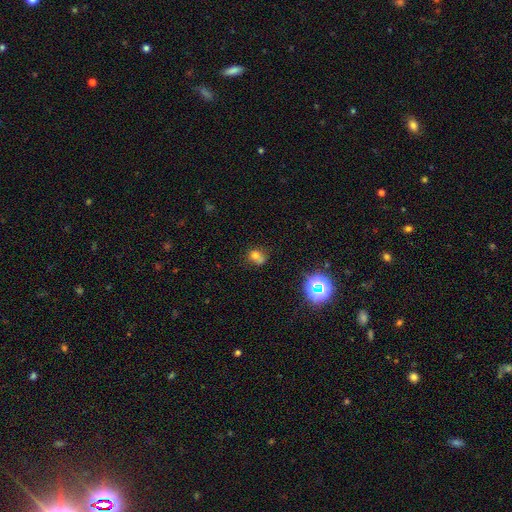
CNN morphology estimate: This appears to be a smooth galaxy with no disk features (68%) that is round (68%). Merging: none (40%).